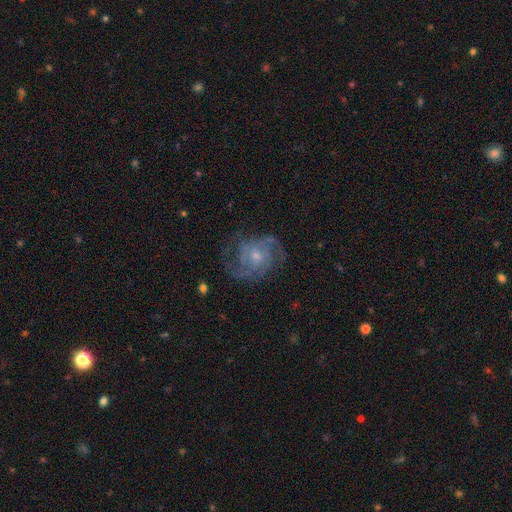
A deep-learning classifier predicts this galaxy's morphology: type=featured or disk (79%); edge-on=no (98%); bar=no (69%); spiral arms=yes (90%); winding=medium (45%); arm count=2 (36%); bulge=small (49%); merging=none (63%).